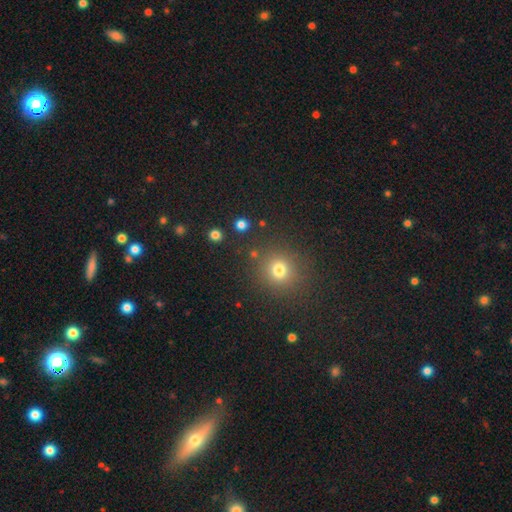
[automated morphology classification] A smooth galaxy with no disk features (64%) that is round (91%).

Vote fractions:
- Smooth or featured? smooth: 64% / star or artifact: 29% / featured or disk: 6%
- How rounded? round: 91% / in between: 8% / cigar-shaped: 1%
- Merging? none: 89% / minor disturbance: 6% / merger: 3% / major disturbance: 2%